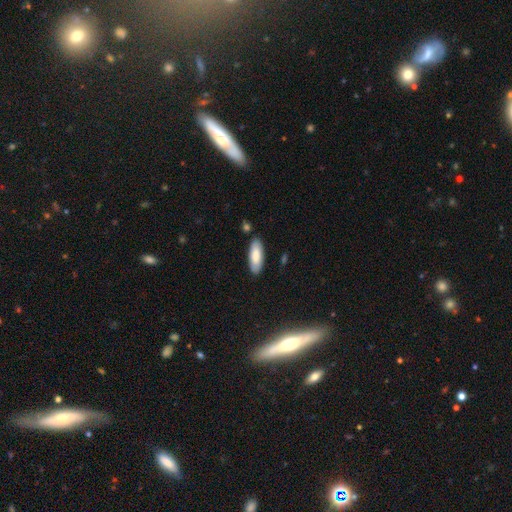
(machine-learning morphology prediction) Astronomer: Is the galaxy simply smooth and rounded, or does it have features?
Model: smooth — 83%.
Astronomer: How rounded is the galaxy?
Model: in between — 74%.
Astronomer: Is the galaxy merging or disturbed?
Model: none — 85%.